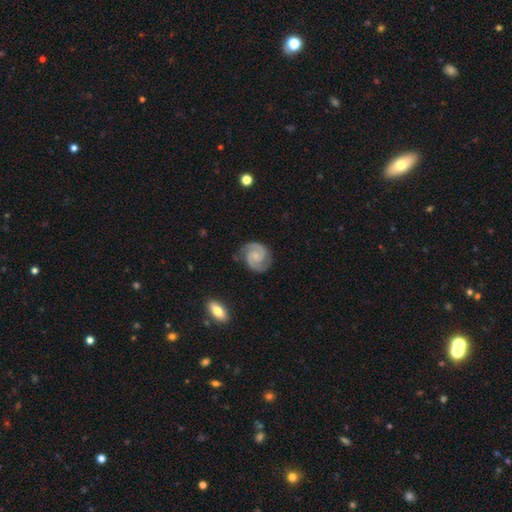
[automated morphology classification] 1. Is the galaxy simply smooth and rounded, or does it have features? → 89% featured or disk, 7% smooth, 5% star or artifact.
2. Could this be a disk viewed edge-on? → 98% no, 2% yes.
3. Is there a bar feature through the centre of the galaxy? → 62% no, 32% weak, 6% strong.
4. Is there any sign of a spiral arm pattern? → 98% yes, 2% no.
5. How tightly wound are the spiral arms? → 49% tight, 44% medium, 7% loose.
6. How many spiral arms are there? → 92% 2, 2% can't tell, 2% 3, 1% 1, 1% 4, 1% more than 4.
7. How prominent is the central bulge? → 60% small, 21% moderate, 16% none, 1% large, 1% dominant.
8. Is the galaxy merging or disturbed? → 81% none, 14% minor disturbance, 4% major disturbance, 1% merger.